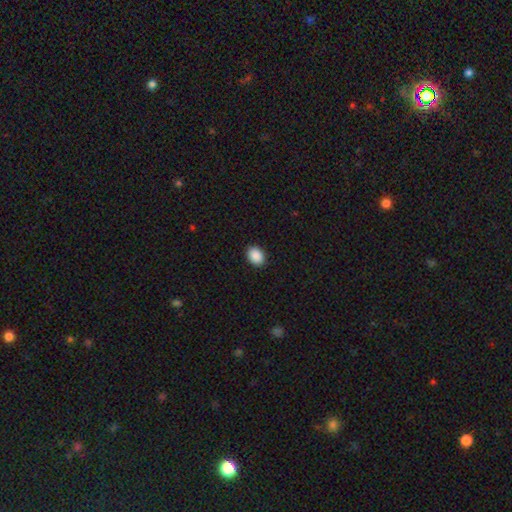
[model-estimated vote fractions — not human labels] Smooth or featured? smooth (90%)
How rounded? in between (69%)
Merging? none (91%)